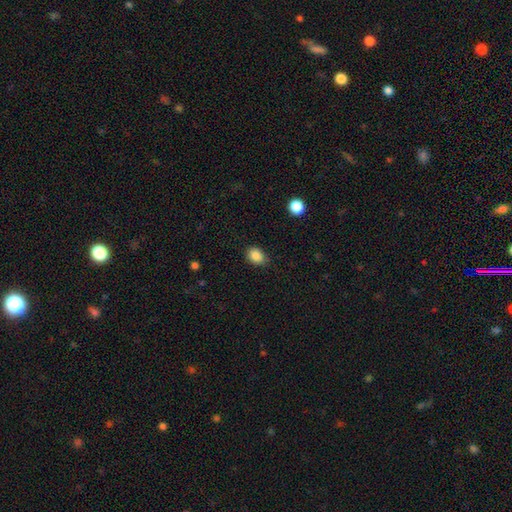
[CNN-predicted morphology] Smooth or featured: smooth — 87% (star or artifact — 10%)
How rounded: in between — 59% (round — 40%)
Merging: none — 81% (minor disturbance — 15%)